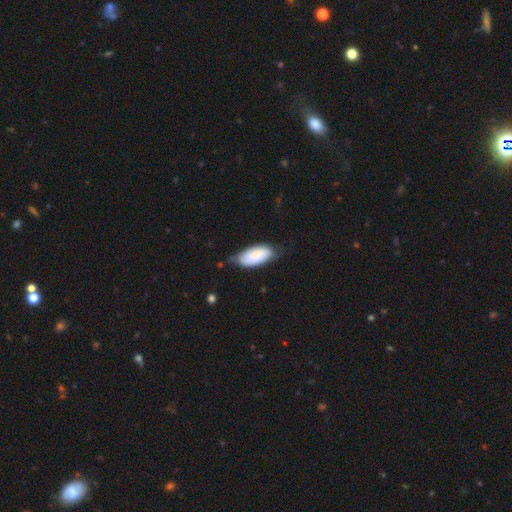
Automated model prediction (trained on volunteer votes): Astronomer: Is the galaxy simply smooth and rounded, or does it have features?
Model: smooth — 78%.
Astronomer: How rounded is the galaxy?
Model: in between — 91%.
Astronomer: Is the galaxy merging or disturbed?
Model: none — 55% (runner-up: minor disturbance, 35%).